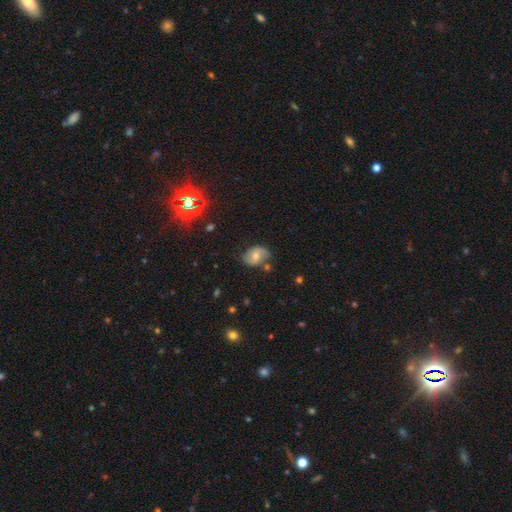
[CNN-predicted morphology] The model was most divided on "smooth or featured": featured or disk: 51%, smooth: 39%, star or artifact: 10%. More confident: edge-on disk — no (96%); merging — none (72%).